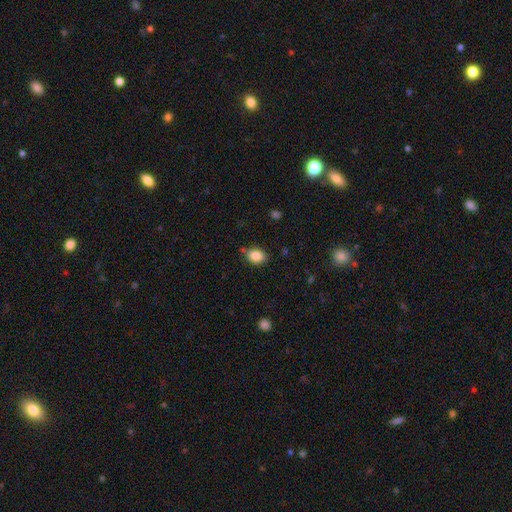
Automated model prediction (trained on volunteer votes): Smooth or featured?
  - smooth: 86% *
  - star or artifact: 9%
  - featured or disk: 5%
How rounded?
  - in between: 72% *
  - round: 26%
  - cigar-shaped: 1%
Merging?
  - none: 76% *
  - minor disturbance: 17%
  - merger: 4%
  - major disturbance: 4%